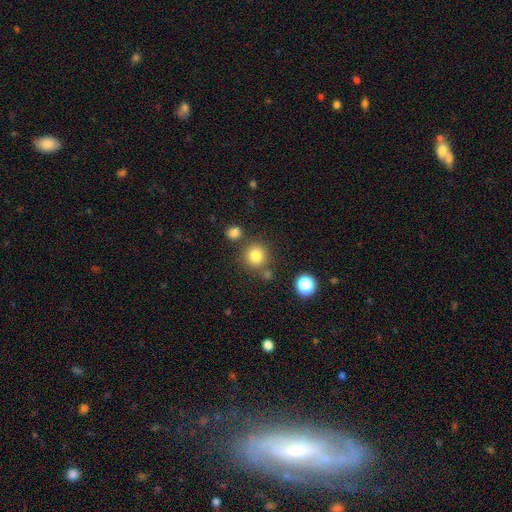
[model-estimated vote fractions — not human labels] A smooth galaxy with no disk features (81%) that is round (92%).

Vote fractions:
- Smooth or featured? smooth: 81% / star or artifact: 13% / featured or disk: 6%
- How rounded? round: 92% / in between: 7% / cigar-shaped: 1%
- Merging? none: 77% / merger: 10% / minor disturbance: 9% / major disturbance: 4%